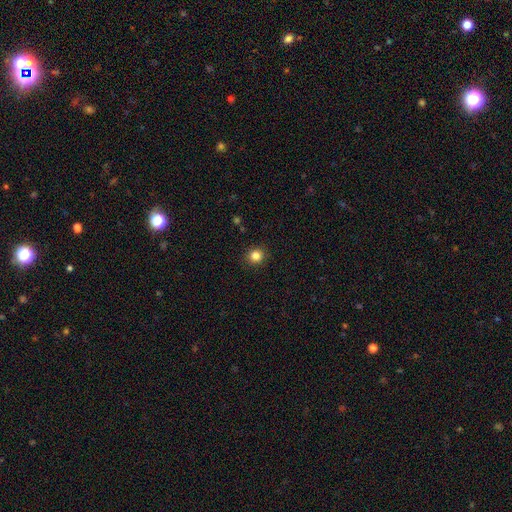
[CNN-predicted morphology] type=smooth (84%); roundness=round (89%); merging=none (91%).